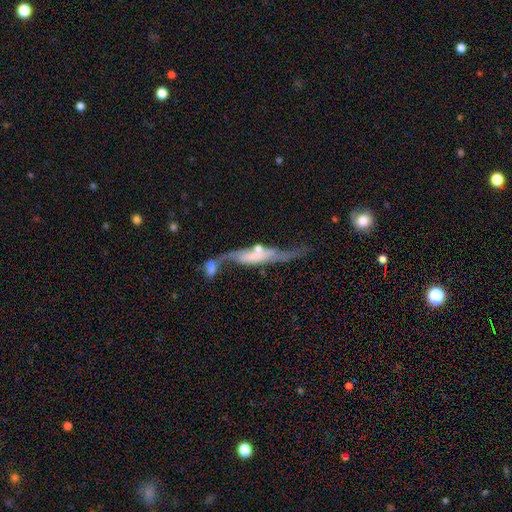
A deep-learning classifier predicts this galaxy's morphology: A featured or disk galaxy (71%). Merging: merger (40%).